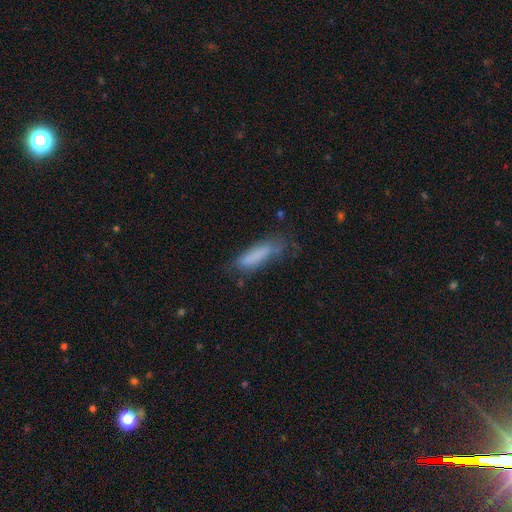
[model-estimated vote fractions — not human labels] Smooth or featured? Predicted: smooth (p=0.77). How rounded? Predicted: cigar-shaped (p=0.66). Merging? Predicted: none (p=0.58).